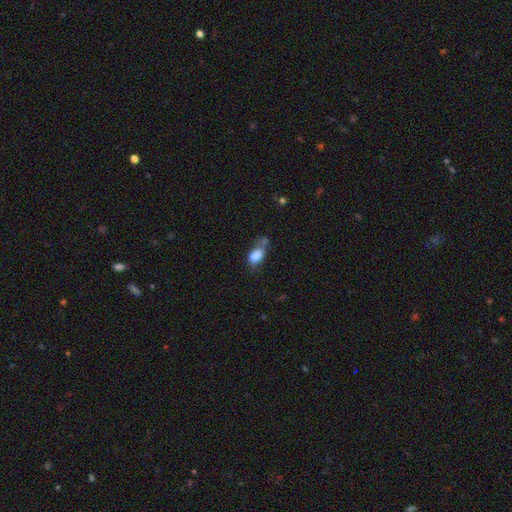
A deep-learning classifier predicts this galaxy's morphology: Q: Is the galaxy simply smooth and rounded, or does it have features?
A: smooth — 78%.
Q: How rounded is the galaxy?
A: in between — 85%.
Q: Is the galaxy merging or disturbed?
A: none — 28%.